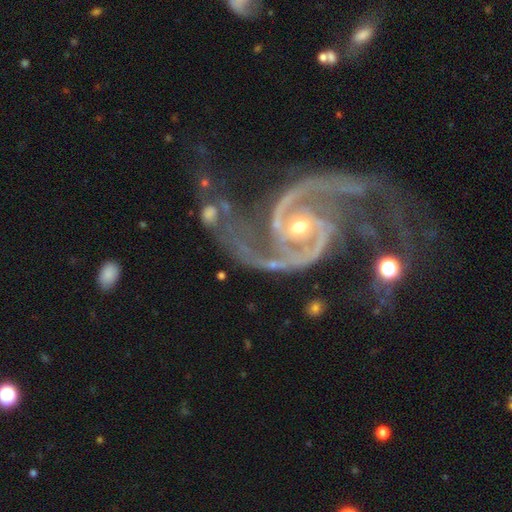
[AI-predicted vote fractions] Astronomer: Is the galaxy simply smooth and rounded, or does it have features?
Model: featured or disk — 94%.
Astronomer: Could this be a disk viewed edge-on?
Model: no — 98%.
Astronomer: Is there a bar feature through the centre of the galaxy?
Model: no — 43% (runner-up: weak, 36%).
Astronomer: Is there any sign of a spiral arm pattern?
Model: yes — 99%.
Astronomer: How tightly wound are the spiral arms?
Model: medium — 61%.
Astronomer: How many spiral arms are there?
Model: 2 — 94%.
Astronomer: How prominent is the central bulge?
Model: small — 59% (runner-up: moderate, 37%).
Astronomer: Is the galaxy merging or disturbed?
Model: none — 47% (runner-up: minor disturbance, 24%).